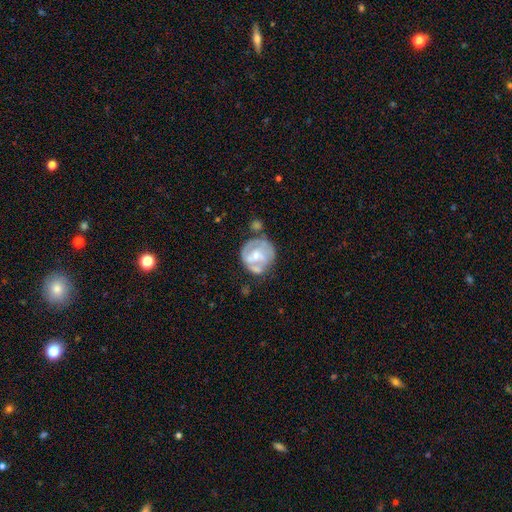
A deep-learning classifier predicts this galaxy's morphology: Smooth or featured? Predicted: featured or disk (p=0.70). Edge-on disk? Predicted: no (p=0.98). Bar? Predicted: no (p=0.50). Spiral arms? Predicted: yes (p=0.67). Bulge size? Predicted: small (p=0.53). Merging? Predicted: none (p=0.45).